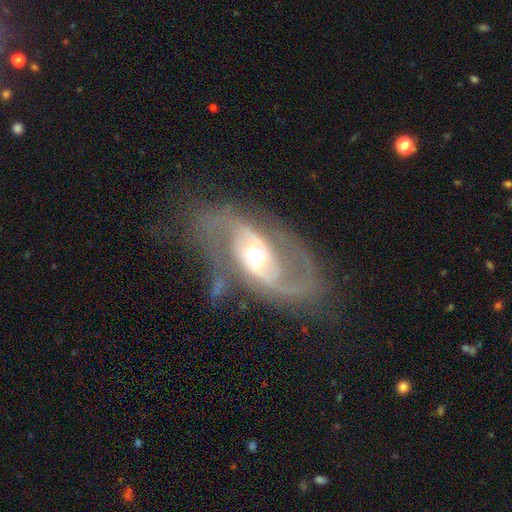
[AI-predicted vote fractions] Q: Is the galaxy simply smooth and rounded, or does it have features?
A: featured or disk — 84%.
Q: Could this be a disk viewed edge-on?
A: no — 91%.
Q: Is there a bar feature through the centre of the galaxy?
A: no — 53%.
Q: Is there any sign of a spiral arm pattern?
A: yes — 78%.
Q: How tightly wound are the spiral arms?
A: medium — 42%.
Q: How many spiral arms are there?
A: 2 — 84%.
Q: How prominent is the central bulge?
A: moderate — 60%.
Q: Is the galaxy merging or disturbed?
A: none — 66%.